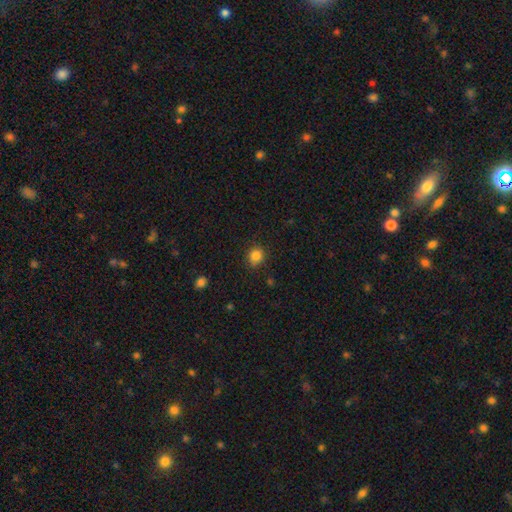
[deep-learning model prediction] Overall: smooth (84%). How rounded: round (79%). Merging: none (84%).